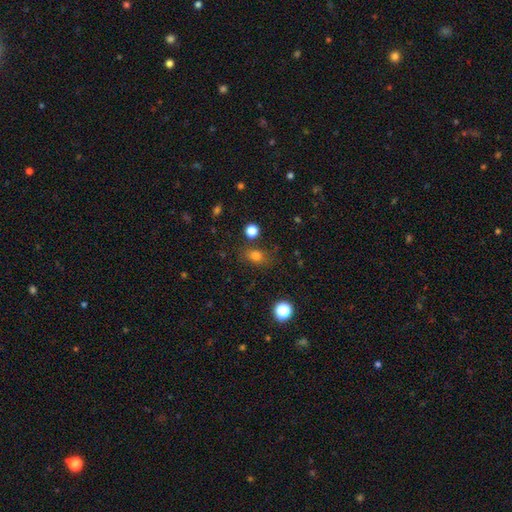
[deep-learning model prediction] This appears to be a smooth galaxy with no disk features (79%) that is in between round and cigar-shaped (57%). Merging: none (74%).